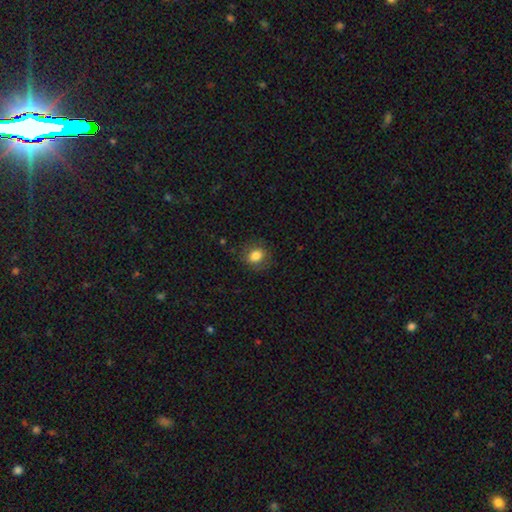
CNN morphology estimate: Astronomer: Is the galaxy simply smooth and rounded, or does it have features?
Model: smooth — 81%.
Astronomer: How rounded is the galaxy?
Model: round — 54% (runner-up: in between, 45%).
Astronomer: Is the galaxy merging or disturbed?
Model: none — 79%.